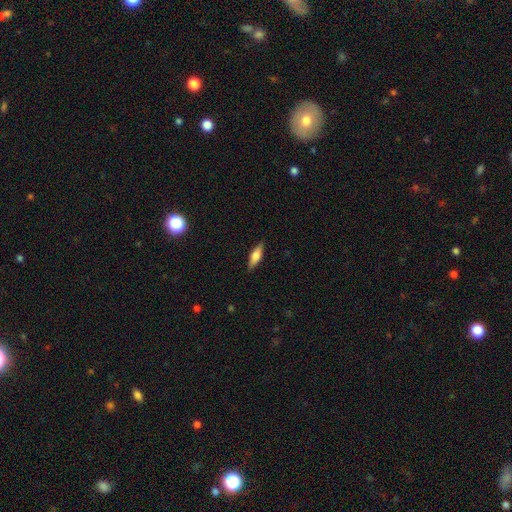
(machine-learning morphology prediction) smooth_or_featured: smooth (p=0.61) [alt: featured or disk p=0.32]
how_rounded: in between (p=0.55) [alt: cigar-shaped p=0.42]
merging: none (p=0.87) [alt: minor disturbance p=0.10]